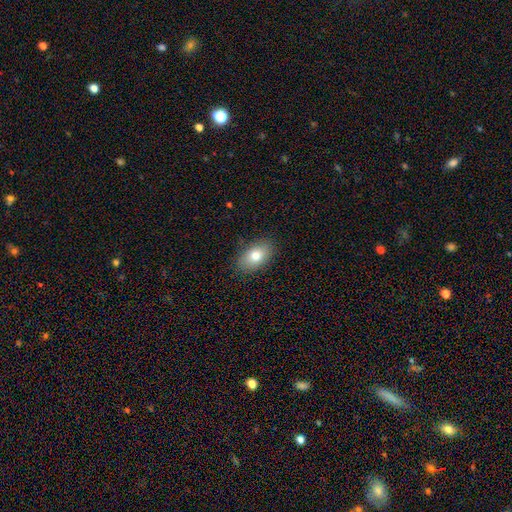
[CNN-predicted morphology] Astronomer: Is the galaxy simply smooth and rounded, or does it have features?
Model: smooth — 76%.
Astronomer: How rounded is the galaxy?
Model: in between — 90%.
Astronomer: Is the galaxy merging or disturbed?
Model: none — 87%.